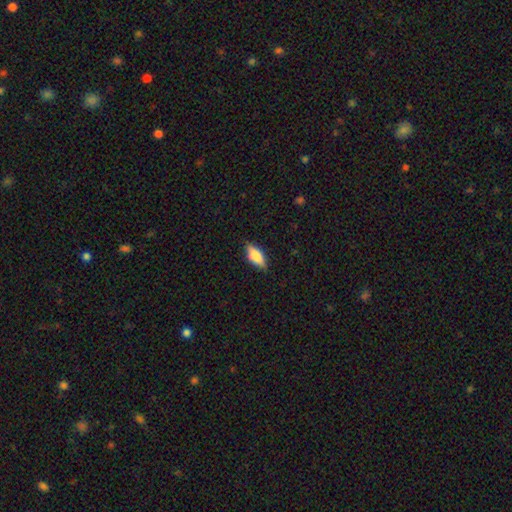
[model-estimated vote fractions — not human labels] Morphology: type=smooth (71%); roundness=in between (76%); merging=none (83%).